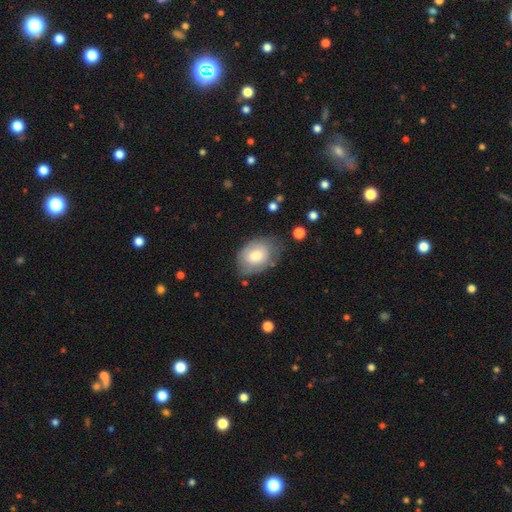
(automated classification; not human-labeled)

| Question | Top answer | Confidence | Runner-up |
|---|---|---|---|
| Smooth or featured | smooth | 64% | featured or disk (29%) |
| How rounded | in between | 79% | round (20%) |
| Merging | none | 62% | minor disturbance (27%) |